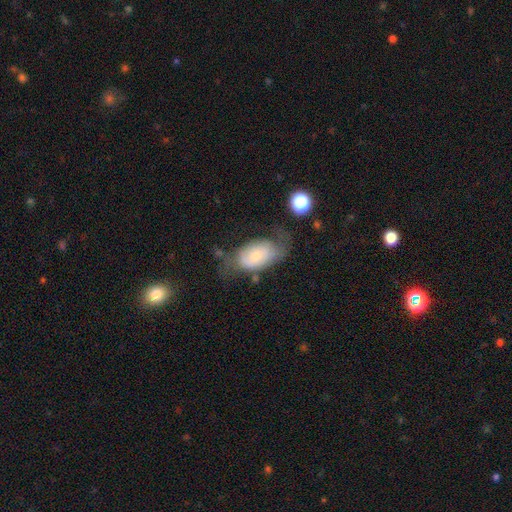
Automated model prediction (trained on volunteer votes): The model was most divided on "smooth or featured": smooth: 50%, featured or disk: 41%, star or artifact: 9%. Remaining: merging — none (41%).